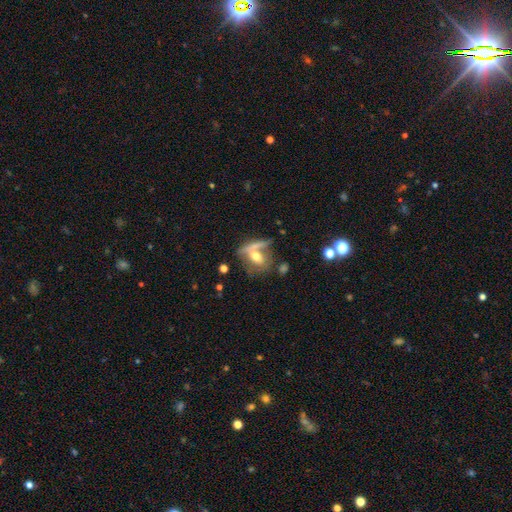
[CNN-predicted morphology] Smooth or featured: smooth — 54% (featured or disk — 36%)
How rounded: in between — 56% (round — 31%)
Merging: none — 39% (merger — 32%)